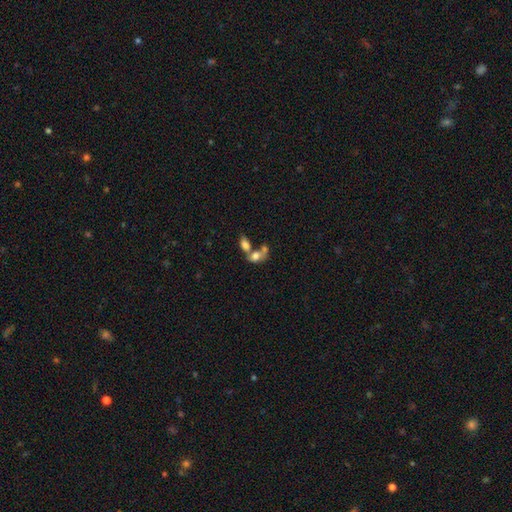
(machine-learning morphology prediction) A smooth galaxy with no disk features (71%) that is in between round and cigar-shaped (78%).

Vote fractions:
- Smooth or featured? smooth: 71% / featured or disk: 19% / star or artifact: 10%
- How rounded? in between: 78% / round: 19% / cigar-shaped: 2%
- Merging? merger: 61% / none: 23% / minor disturbance: 8% / major disturbance: 7%